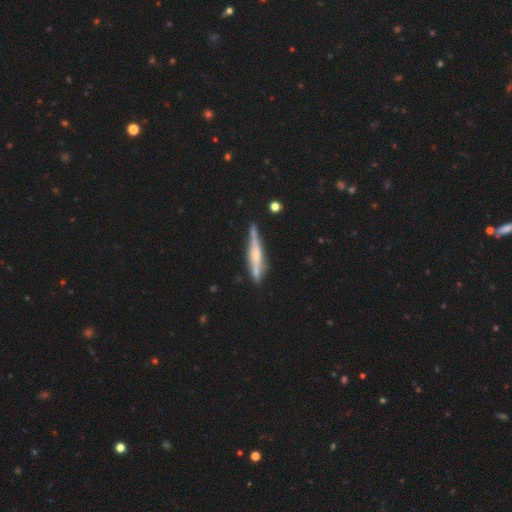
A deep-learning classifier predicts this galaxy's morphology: The model was most divided on "edge-on bulge": rounded: 54%, boxy: 25%, none: 21%. More confident: edge-on disk — yes (94%); merging — none (74%); smooth or featured — featured or disk (66%).